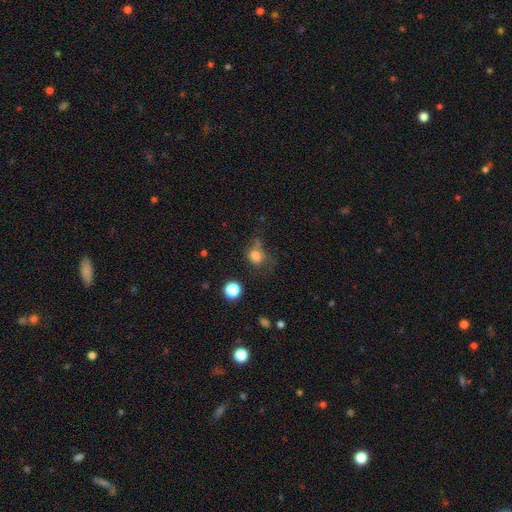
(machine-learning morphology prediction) smooth_or_featured: smooth (p=0.76) [alt: star or artifact p=0.15]
how_rounded: round (p=0.69) [alt: in between p=0.30]
merging: none (p=0.46) [alt: minor disturbance p=0.25]